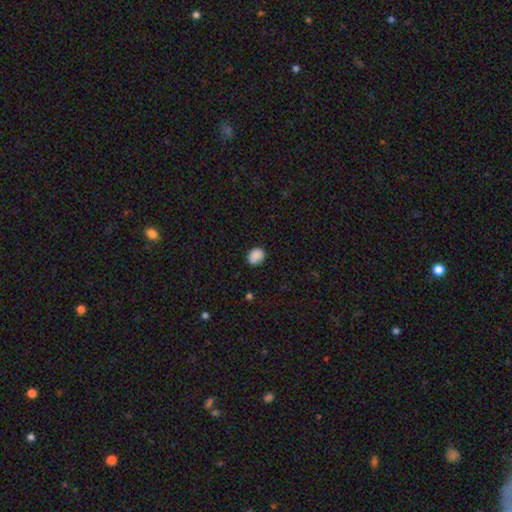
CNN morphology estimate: Smooth or featured? smooth (88%)
How rounded? in between (52%)
Merging? none (81%)